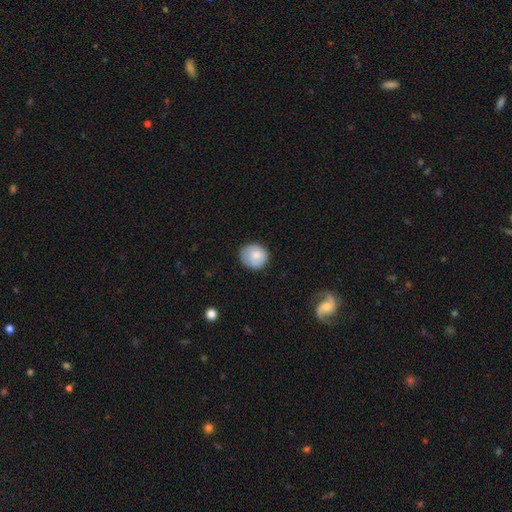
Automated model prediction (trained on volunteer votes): Smooth or featured: smooth — 80% (featured or disk — 13%)
How rounded: round — 80% (in between — 19%)
Merging: none — 76% (minor disturbance — 19%)